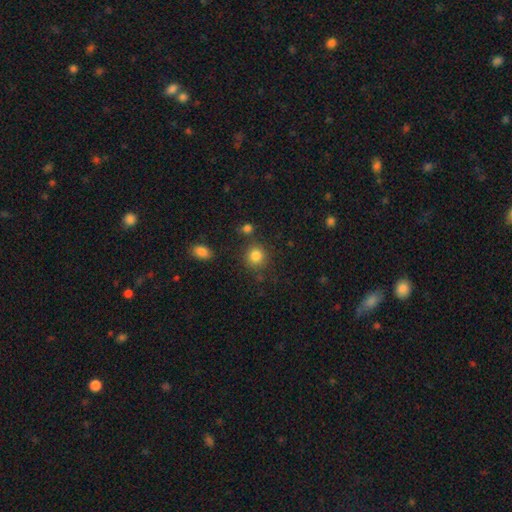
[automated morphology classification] A smooth galaxy with no disk features (84%) that is round (88%). Merging: none (80%).